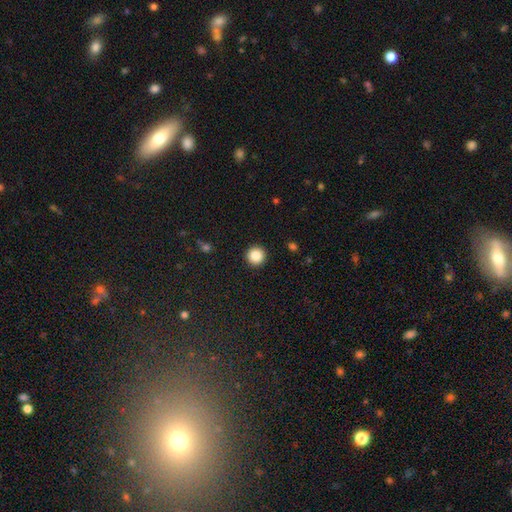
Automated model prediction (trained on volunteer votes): Smooth or featured?
  - smooth: 87% *
  - star or artifact: 10%
  - featured or disk: 3%
How rounded?
  - round: 96% *
  - in between: 3%
  - cigar-shaped: 1%
Merging?
  - none: 93% *
  - minor disturbance: 4%
  - major disturbance: 2%
  - merger: 1%